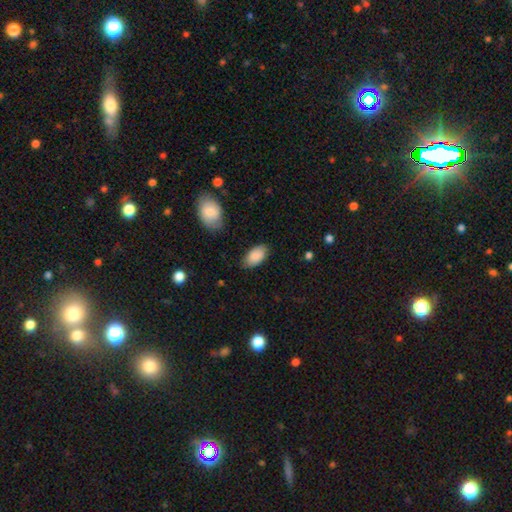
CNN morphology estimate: smooth 87%, featured or disk 7%, star or artifact 7%. Down the decision tree: how rounded — in between (94%); merging — none (79%).